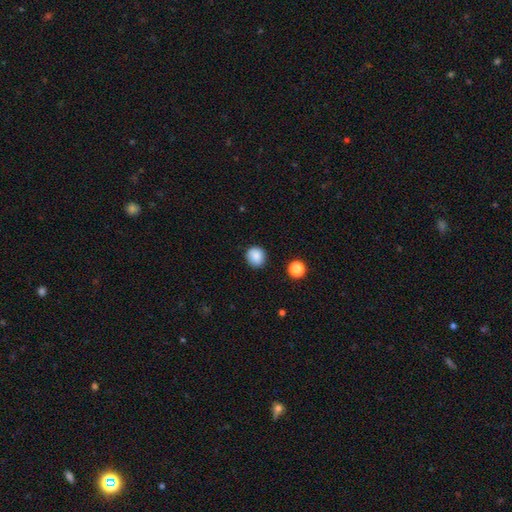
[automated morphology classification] The model was most divided on "how rounded": round: 86%, in between: 13%, cigar-shaped: 1%. More confident: merging — none (87%); smooth or featured — smooth (87%).